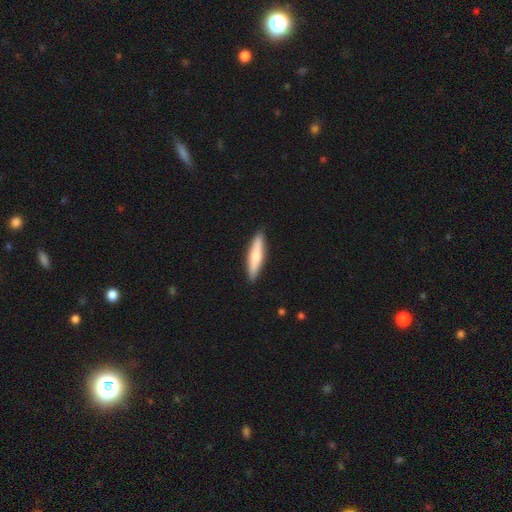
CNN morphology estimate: Smooth or featured? Predicted: smooth (p=0.58). How rounded? Predicted: cigar-shaped (p=0.83). Merging? Predicted: none (p=0.90).